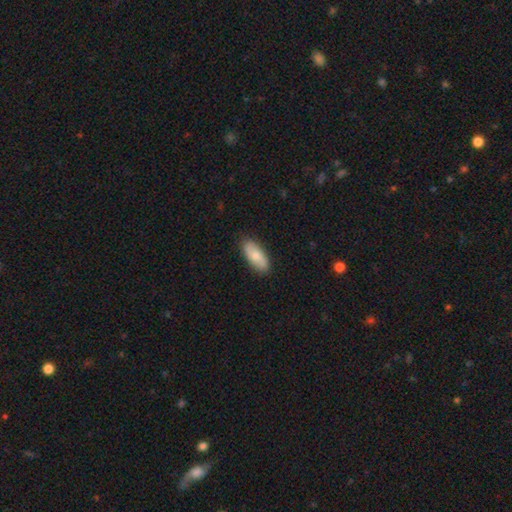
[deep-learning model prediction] smooth 70%, featured or disk 25%, star or artifact 5%. Down the decision tree: how rounded — in between (86%); merging — none (86%).